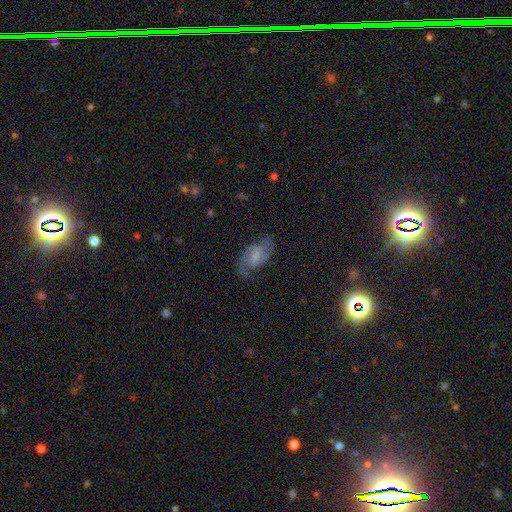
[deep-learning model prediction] Smooth or featured? Predicted: featured or disk (p=0.76). Edge-on disk? Predicted: no (p=0.96). Bar? Predicted: weak (p=0.52). Spiral arms? Predicted: yes (p=0.93). Spiral winding? Predicted: medium (p=0.50). Spiral arm count? Predicted: 2 (p=0.86). Bulge size? Predicted: small (p=0.51). Merging? Predicted: none (p=0.70).